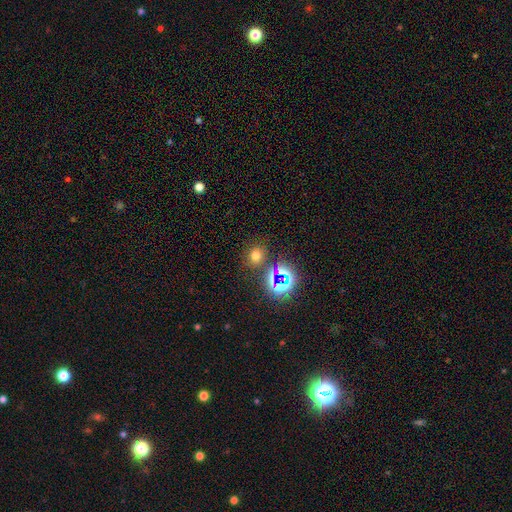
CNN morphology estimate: smooth 64%, star or artifact 30%, featured or disk 7%. Down the decision tree: how rounded — round (72%); merging — none (80%).